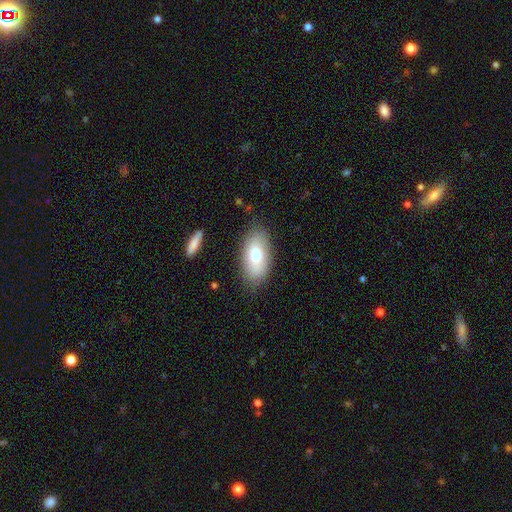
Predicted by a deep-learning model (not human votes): Q: Smooth or featured?
A: smooth (72%); runner-up: featured or disk (21%)
Q: How rounded?
A: in between (92%); runner-up: round (5%)
Q: Merging?
A: none (81%); runner-up: minor disturbance (13%)